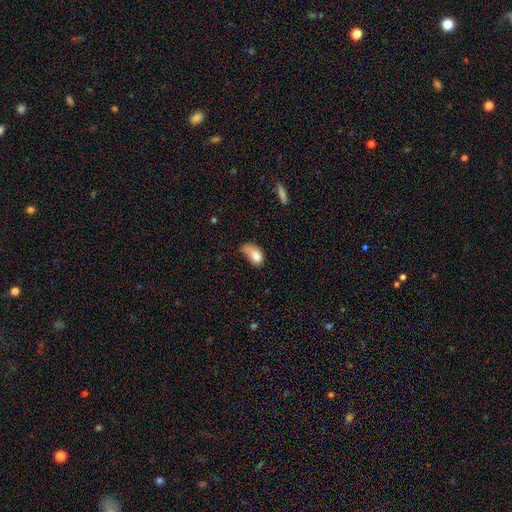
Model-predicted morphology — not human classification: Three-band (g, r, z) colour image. It shows a smooth galaxy with no disk features (77%) that is in between round and cigar-shaped (88%). Merging: minor disturbance (35%).